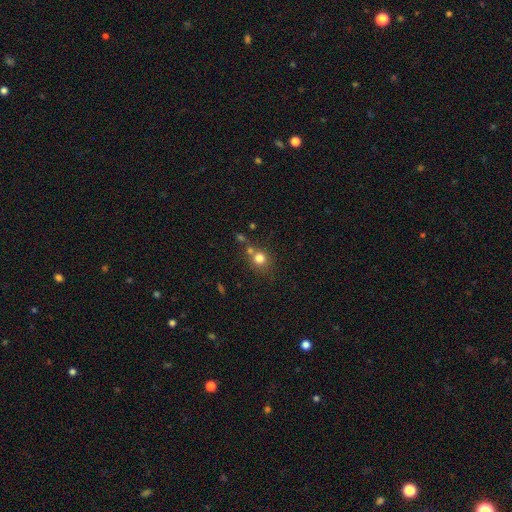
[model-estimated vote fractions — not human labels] Overall: smooth (67%). How rounded: round (87%). Merging: none (66%).